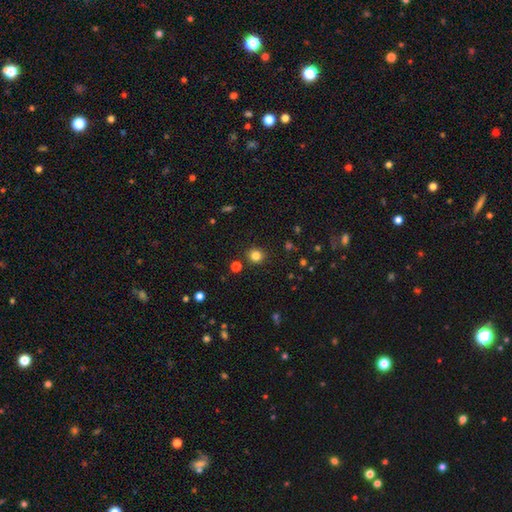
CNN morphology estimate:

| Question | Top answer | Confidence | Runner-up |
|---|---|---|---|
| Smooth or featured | smooth | 81% | star or artifact (14%) |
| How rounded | round | 91% | in between (8%) |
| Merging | none | 89% | minor disturbance (6%) |